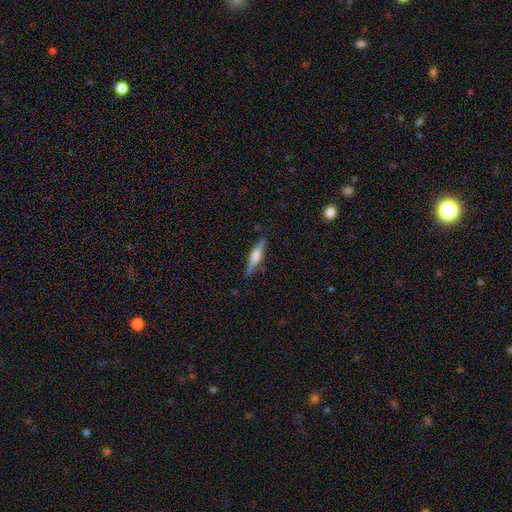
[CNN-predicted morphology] This is likely a featured or disk galaxy (65%). It is clearly viewed edge-on (97%). Edge-on bulge: clearly rounded (81%). Merging: clearly none (88%).